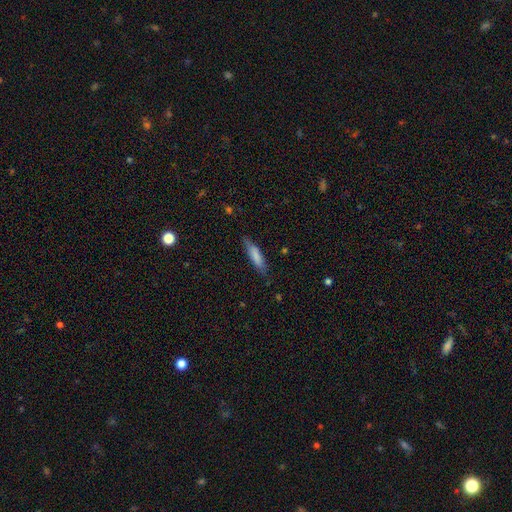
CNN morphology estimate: Q: Smooth or featured?
A: smooth (79%); runner-up: featured or disk (15%)
Q: How rounded?
A: cigar-shaped (75%); runner-up: in between (23%)
Q: Merging?
A: none (78%); runner-up: minor disturbance (17%)